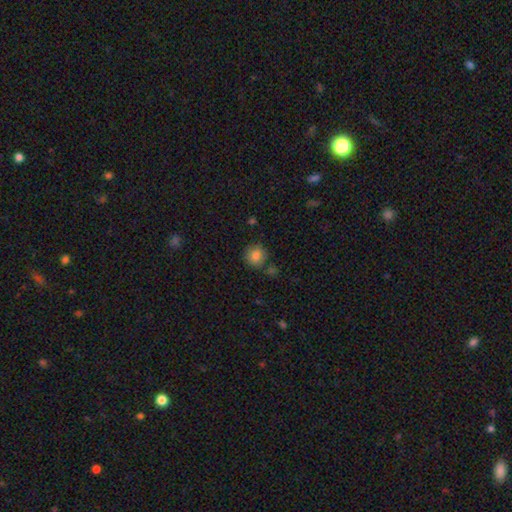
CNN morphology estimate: Smooth or featured? smooth (84%)
How rounded? round (92%)
Merging? none (79%)